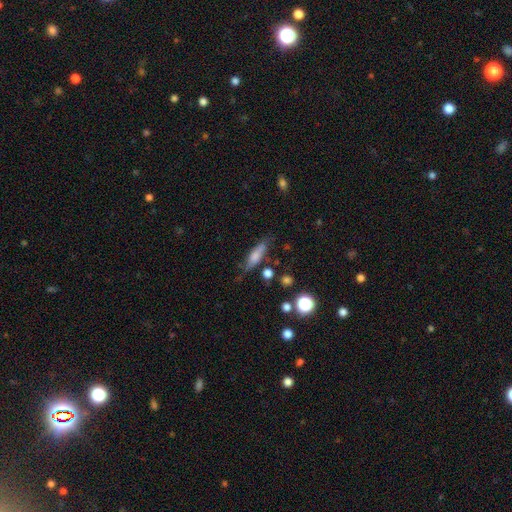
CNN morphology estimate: smooth 65%, featured or disk 27%, star or artifact 9%. Down the decision tree: how rounded — cigar-shaped (58%); merging — none (64%).